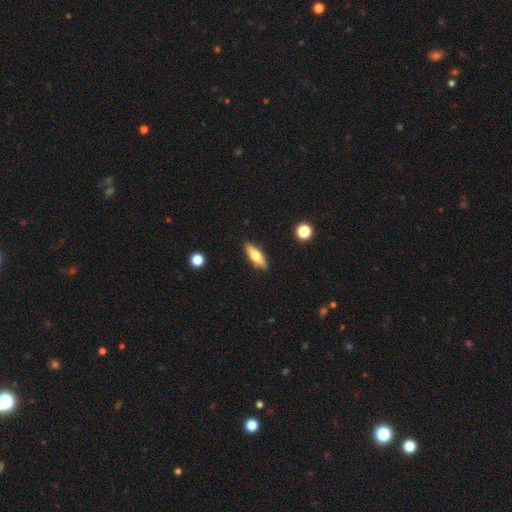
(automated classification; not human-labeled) This is possibly a smooth galaxy (56%). How rounded: possibly in between (51%). Merging: clearly none (87%).